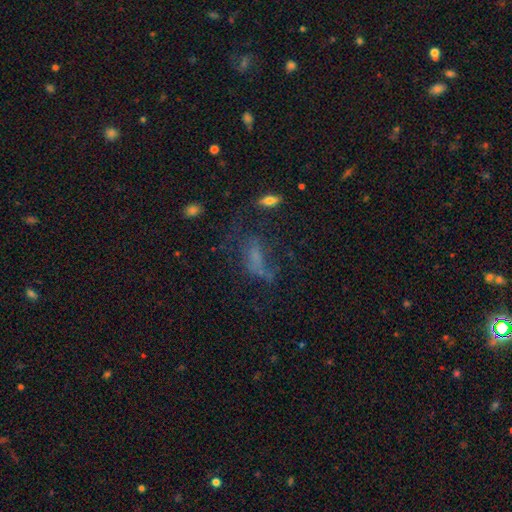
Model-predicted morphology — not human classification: Q: Smooth or featured?
A: smooth (36%); runner-up: featured or disk (33%)
Q: Merging?
A: none (38%); runner-up: major disturbance (35%)